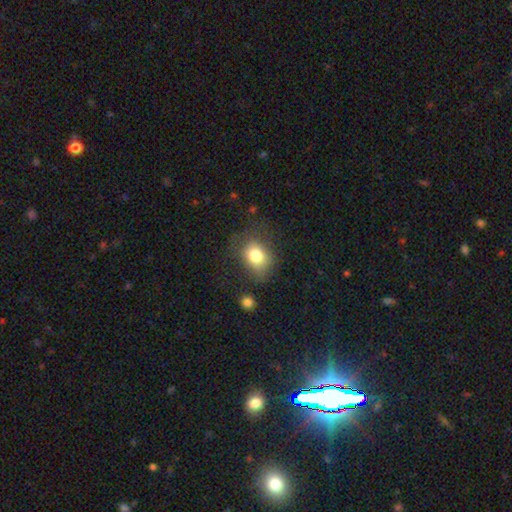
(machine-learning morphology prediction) smooth 78%, featured or disk 12%, star or artifact 10%. Down the decision tree: how rounded — in between (51%); merging — none (59%).